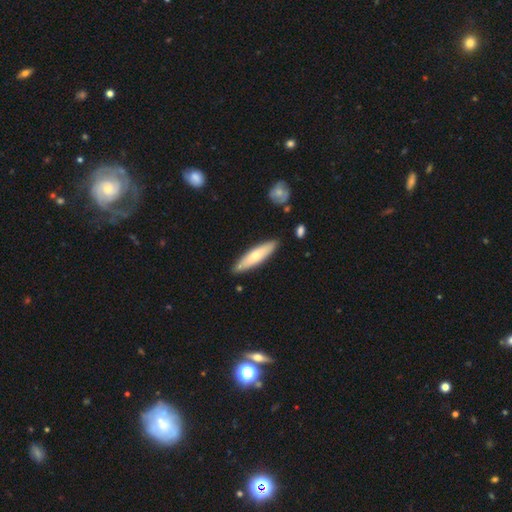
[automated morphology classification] The model was most divided on "smooth or featured": smooth: 63%, featured or disk: 32%, star or artifact: 5%. More confident: merging — none (87%); how rounded — cigar-shaped (75%).